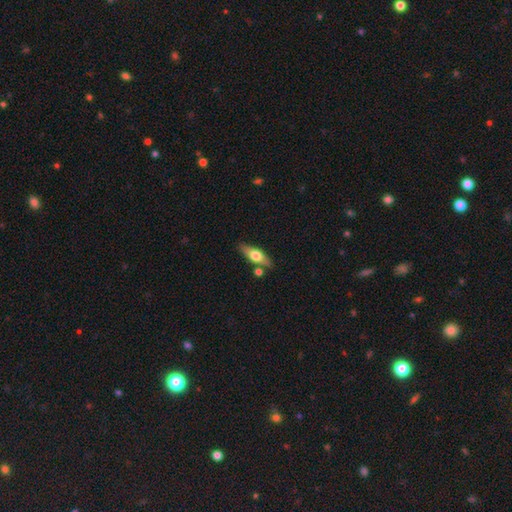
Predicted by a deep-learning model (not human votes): A featured or disk galaxy (48%). Merging: none (79%).